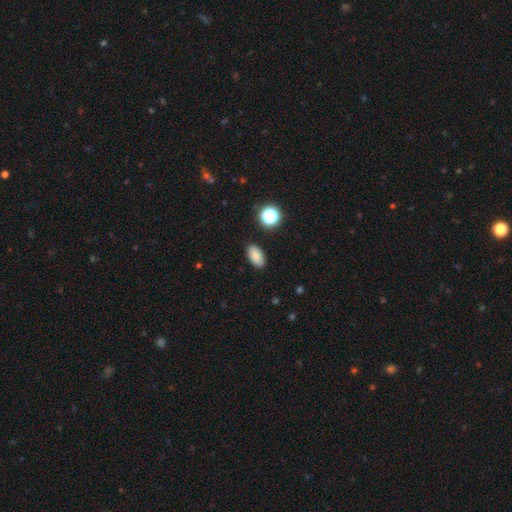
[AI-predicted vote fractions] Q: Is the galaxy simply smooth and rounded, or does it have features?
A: smooth — 85%.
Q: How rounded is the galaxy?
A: in between — 91%.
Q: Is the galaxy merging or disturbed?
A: none — 88%.